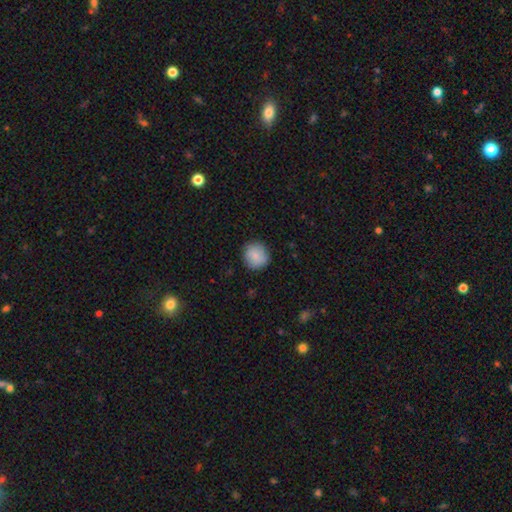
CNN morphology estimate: Smooth or featured? Predicted: smooth (p=0.84). How rounded? Predicted: round (p=0.92). Merging? Predicted: none (p=0.87).